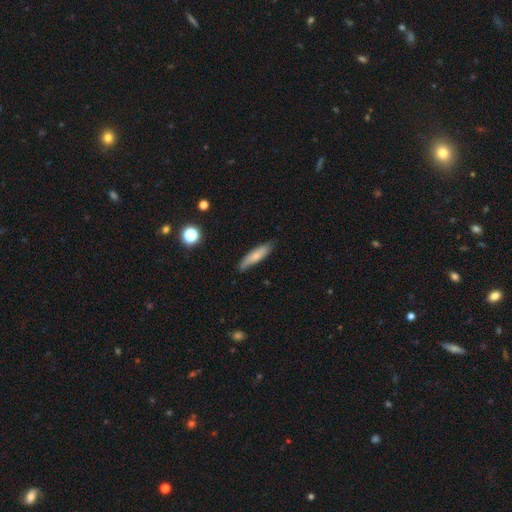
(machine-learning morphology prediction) This is likely a smooth galaxy (72%). How rounded: likely cigar-shaped (75%). Merging: likely none (77%).